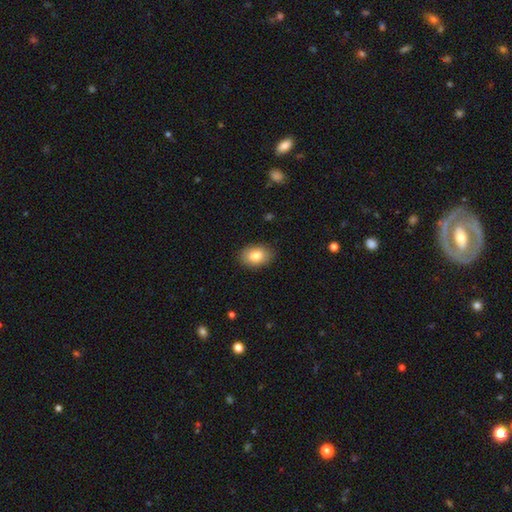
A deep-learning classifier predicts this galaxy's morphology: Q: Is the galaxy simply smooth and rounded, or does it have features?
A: smooth — 83%.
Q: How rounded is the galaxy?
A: in between — 80%.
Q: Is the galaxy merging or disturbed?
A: none — 88%.